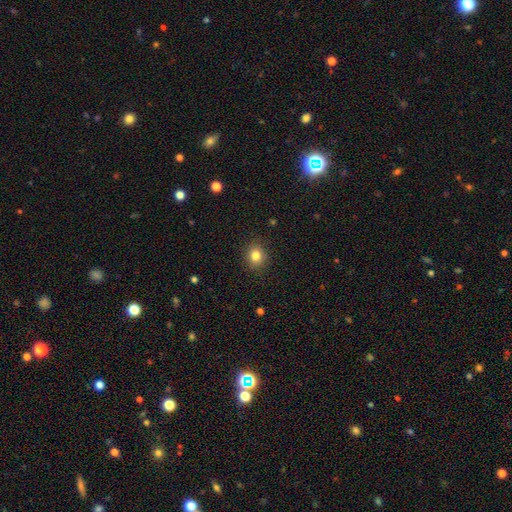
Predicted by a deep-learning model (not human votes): A smooth galaxy with no disk features (82%) that is round (75%).

Vote fractions:
- Smooth or featured? smooth: 82% / star or artifact: 11% / featured or disk: 6%
- How rounded? round: 75% / in between: 24% / cigar-shaped: 1%
- Merging? none: 89% / minor disturbance: 8% / major disturbance: 2% / merger: 1%